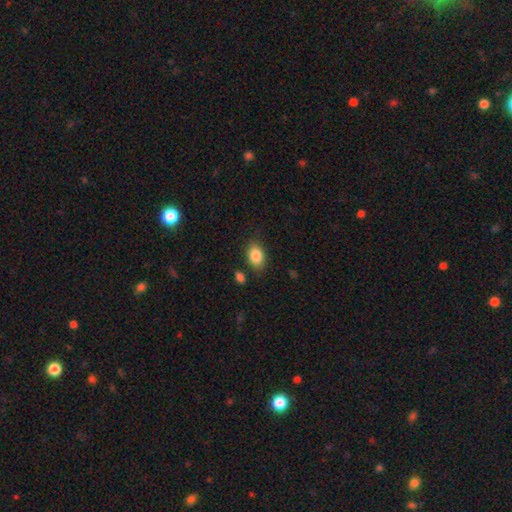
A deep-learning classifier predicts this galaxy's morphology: Smooth or featured?
  - smooth: 86% *
  - star or artifact: 8%
  - featured or disk: 6%
How rounded?
  - in between: 83% *
  - round: 15%
  - cigar-shaped: 2%
Merging?
  - none: 80% *
  - minor disturbance: 13%
  - merger: 4%
  - major disturbance: 3%